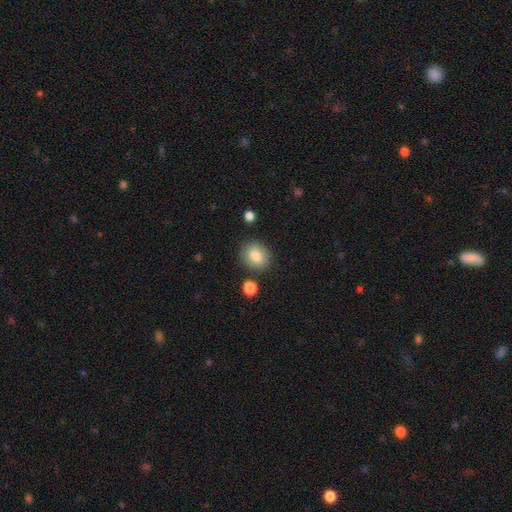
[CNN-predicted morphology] type=smooth (84%); roundness=round (59%); merging=none (83%).